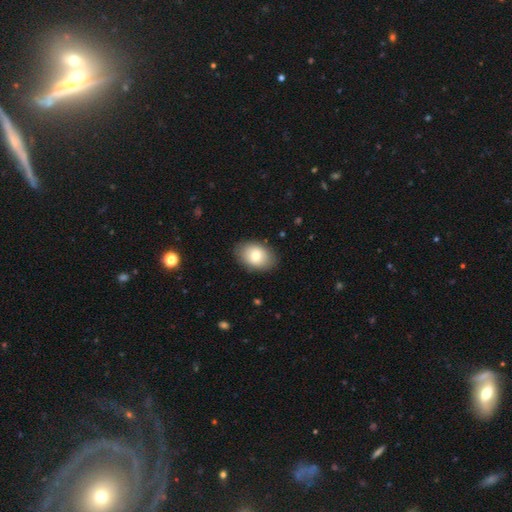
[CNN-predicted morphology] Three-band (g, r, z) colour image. It shows a smooth galaxy with no disk features (79%) that is in between round and cigar-shaped (81%). Merging: none (86%).